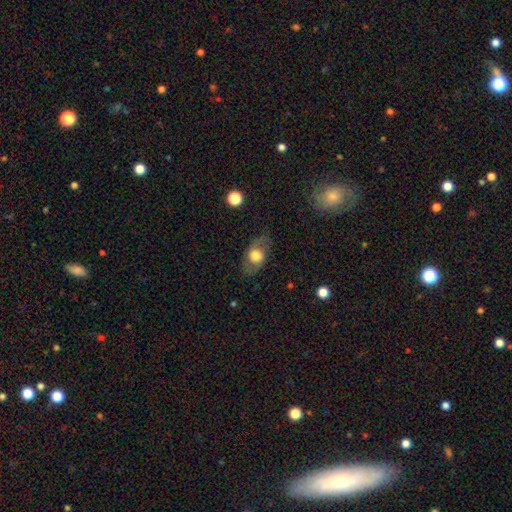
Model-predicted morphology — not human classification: A smooth galaxy with no disk features (57%) that is in between round and cigar-shaped (74%).

Vote fractions:
- Smooth or featured? smooth: 57% / featured or disk: 36% / star or artifact: 8%
- How rounded? in between: 74% / round: 23% / cigar-shaped: 3%
- Merging? none: 75% / minor disturbance: 16% / major disturbance: 8% / merger: 1%